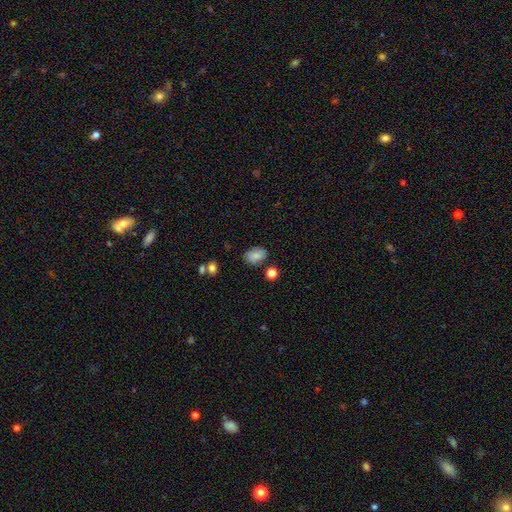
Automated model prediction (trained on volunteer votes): Q: Smooth or featured?
A: smooth (76%); runner-up: featured or disk (14%)
Q: How rounded?
A: in between (77%); runner-up: round (21%)
Q: Merging?
A: none (71%); runner-up: minor disturbance (19%)